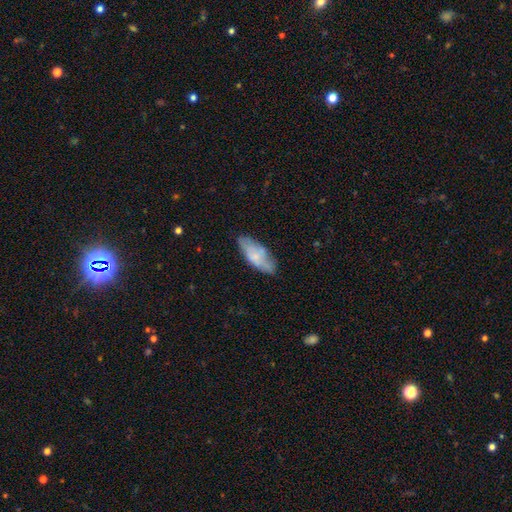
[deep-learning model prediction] The model was most divided on "smooth or featured": smooth: 61%, featured or disk: 33%, star or artifact: 6%. More confident: how rounded — in between (80%); merging — none (65%).